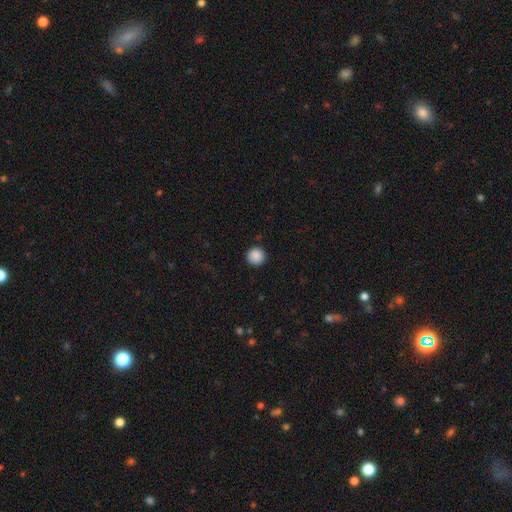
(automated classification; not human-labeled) smooth-or-featured: smooth: 89% | star or artifact: 9% | featured or disk: 2%
  how-rounded: round: 96% | in between: 3% | cigar-shaped: 1%
  merging: none: 92% | minor disturbance: 5% | major disturbance: 2% | merger: 1%